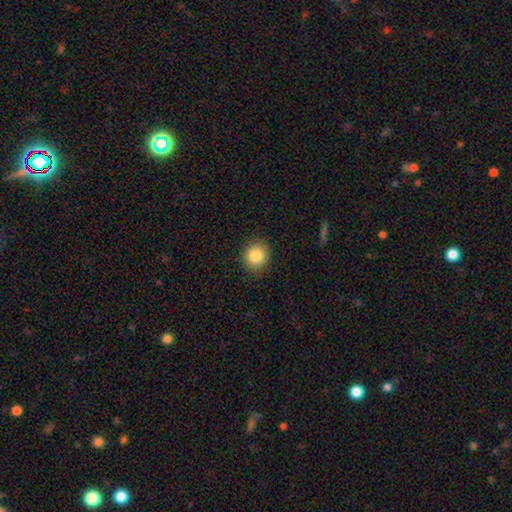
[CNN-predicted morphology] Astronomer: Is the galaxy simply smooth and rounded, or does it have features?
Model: smooth — 86%.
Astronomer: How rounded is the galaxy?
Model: round — 87%.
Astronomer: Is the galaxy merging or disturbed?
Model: none — 89%.